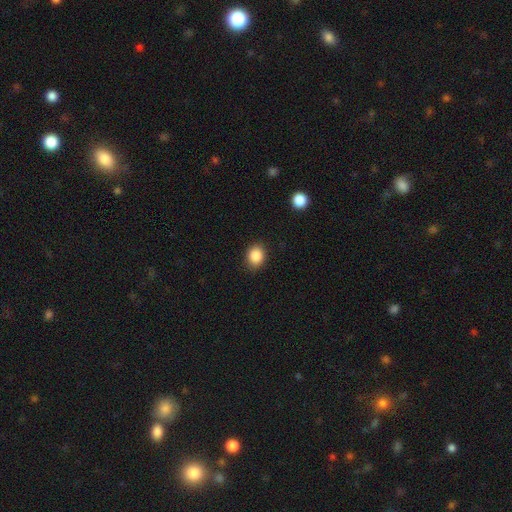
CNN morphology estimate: A smooth galaxy with no disk features (87%) that is round (54%).

Vote fractions:
- Smooth or featured? smooth: 87% / star or artifact: 9% / featured or disk: 4%
- How rounded? round: 54% / in between: 45% / cigar-shaped: 1%
- Merging? none: 86% / minor disturbance: 10% / major disturbance: 2% / merger: 1%